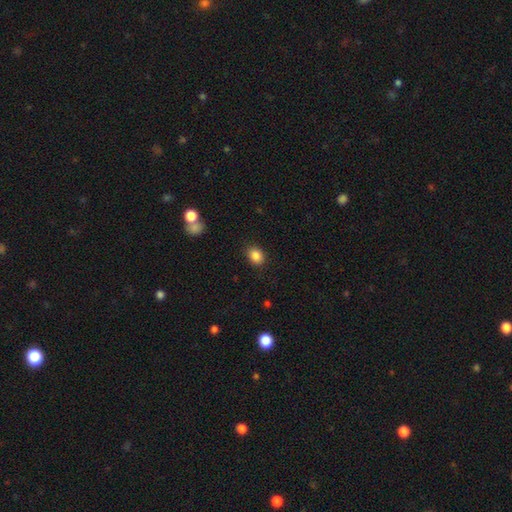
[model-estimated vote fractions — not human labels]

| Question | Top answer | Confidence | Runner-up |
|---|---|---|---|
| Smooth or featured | smooth | 86% | star or artifact (10%) |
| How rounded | in between | 57% | round (42%) |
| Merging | none | 87% | minor disturbance (9%) |